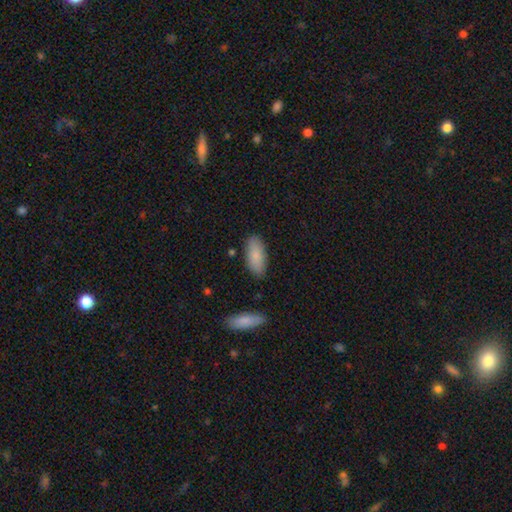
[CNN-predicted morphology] Smooth or featured?
  - smooth: 85% *
  - featured or disk: 9%
  - star or artifact: 6%
How rounded?
  - in between: 86% *
  - cigar-shaped: 12%
  - round: 2%
Merging?
  - none: 83% *
  - minor disturbance: 12%
  - major disturbance: 2%
  - merger: 2%